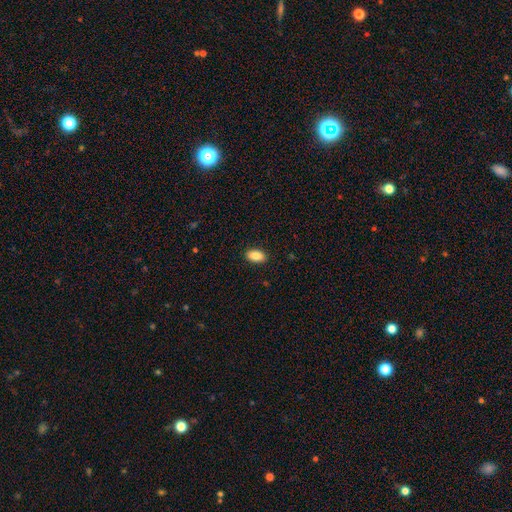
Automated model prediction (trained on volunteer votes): Morphology: type=smooth (87%); roundness=in between (93%); merging=none (90%).